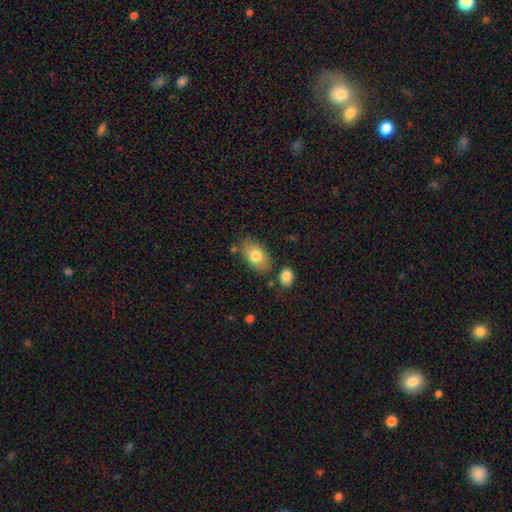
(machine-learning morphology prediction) Smooth or featured? Predicted: smooth (p=0.78). How rounded? Predicted: in between (p=0.91). Merging? Predicted: none (p=0.76).